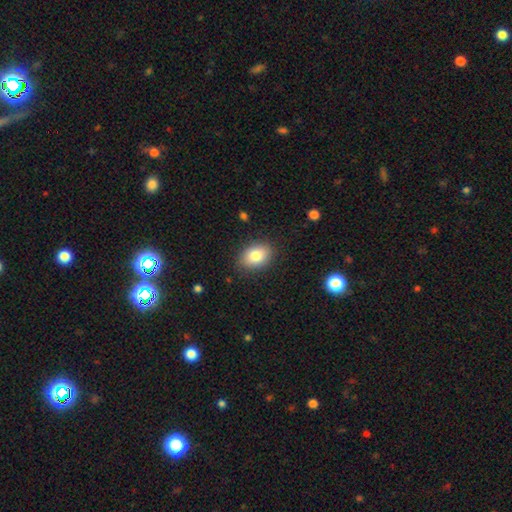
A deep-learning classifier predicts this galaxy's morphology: A smooth galaxy with no disk features (82%) that is in between round and cigar-shaped (80%). Merging: none (86%).